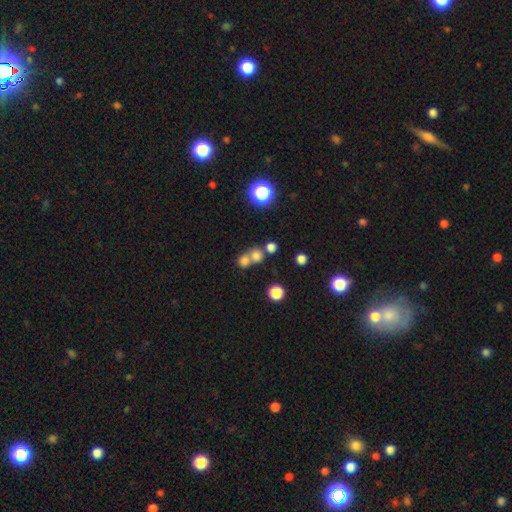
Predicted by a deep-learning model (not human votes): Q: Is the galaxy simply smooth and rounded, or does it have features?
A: smooth — 71%.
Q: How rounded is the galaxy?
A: round — 82%.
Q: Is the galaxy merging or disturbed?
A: merger — 51%.